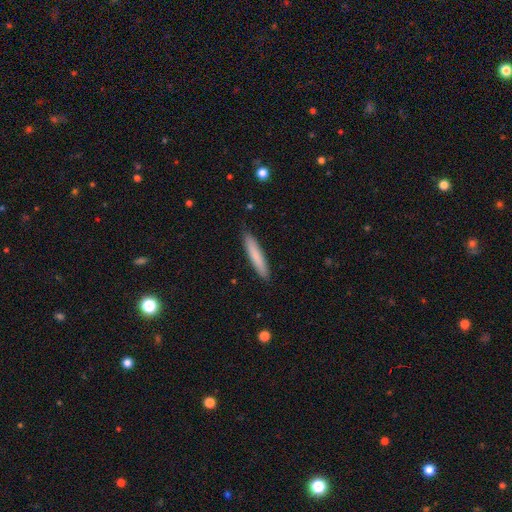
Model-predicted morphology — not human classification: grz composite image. It shows a smooth galaxy with no disk features (80%) that is cigar-shaped (91%). Merging: none (89%).